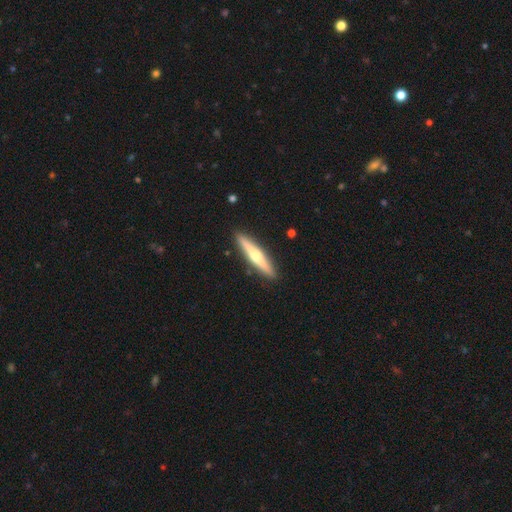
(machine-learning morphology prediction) A featured or disk galaxy (60%) viewed edge-on (97%) with a rounded central bulge (90%).

Vote fractions:
- Smooth or featured? featured or disk: 60% / smooth: 35% / star or artifact: 5%
- Edge-on disk? yes: 97% / no: 3%
- Edge-on bulge? rounded: 90% / none: 7% / boxy: 4%
- Merging? none: 91% / minor disturbance: 7% / major disturbance: 1% / merger: 1%